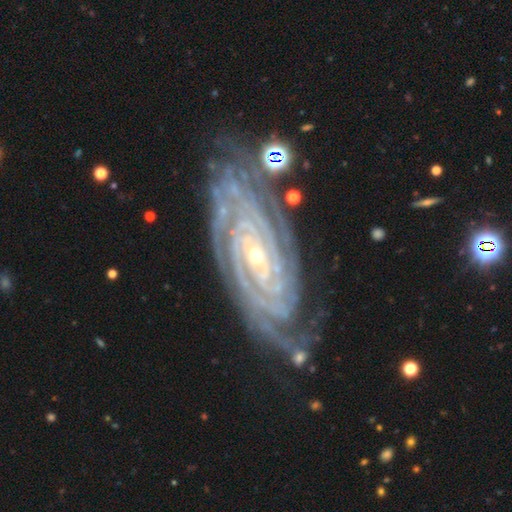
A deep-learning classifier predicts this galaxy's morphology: A featured or disk galaxy (93%) with no bar (61%), 4 (22%) tight (86%) spiral arms (99%) and a small central bulge (73%).

Vote fractions:
- Smooth or featured? featured or disk: 93% / star or artifact: 5% / smooth: 3%
- Edge-on disk? no: 95% / yes: 5%
- Bar? no: 61% / weak: 22% / strong: 17%
- Spiral arms? yes: 99% / no: 1%
- Spiral winding? tight: 86% / medium: 12% / loose: 2%
- Spiral arm count? 4: 22% / 2: 19% / 3: 19% / can't tell: 16% / more than 4: 16% / 1: 7%
- Bulge size? small: 73% / moderate: 23% / large: 1% / none: 1% / dominant: 1%
- Merging? none: 74% / minor disturbance: 18% / major disturbance: 5% / merger: 3%